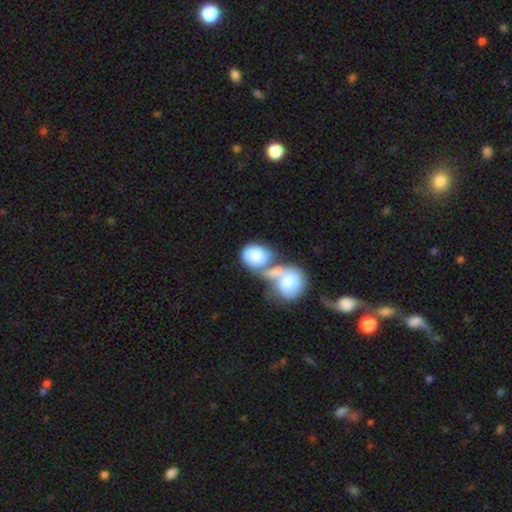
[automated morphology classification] The model was most divided on "how rounded": in between: 56%, round: 42%, cigar-shaped: 2%. More confident: smooth or featured — smooth (75%); merging — merger (67%).